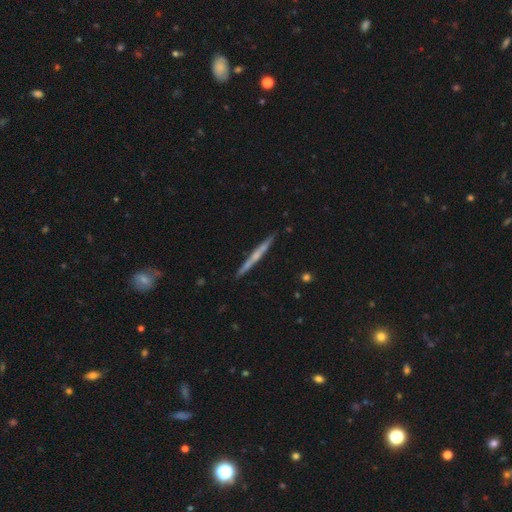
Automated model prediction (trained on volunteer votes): A featured or disk galaxy (66%) viewed edge-on (98%) with no central bulge (49%). Merging: none (90%).